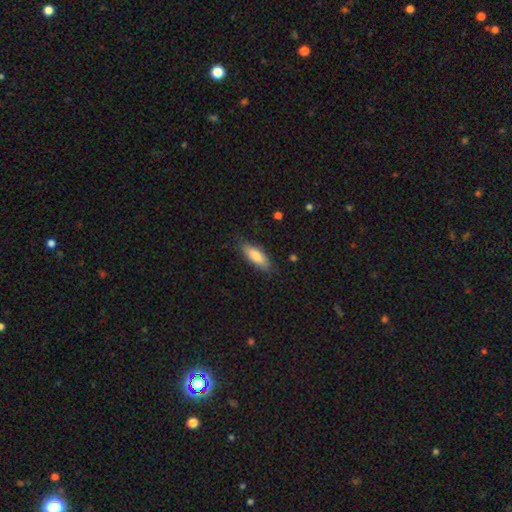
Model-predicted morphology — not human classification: smooth-or-featured: smooth: 80% | featured or disk: 14% | star or artifact: 6%
  how-rounded: in between: 62% | cigar-shaped: 37% | round: 2%
  merging: none: 81% | minor disturbance: 15% | major disturbance: 3% | merger: 1%